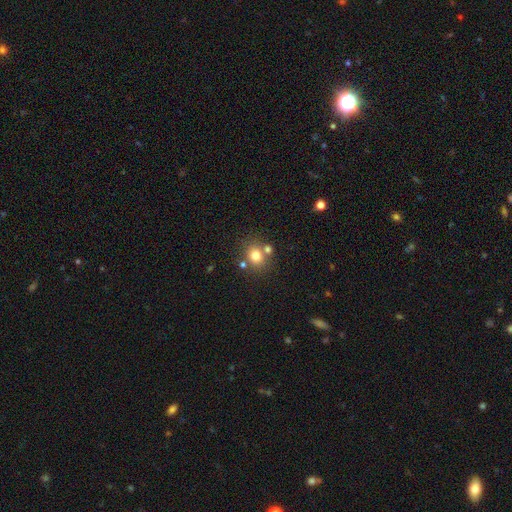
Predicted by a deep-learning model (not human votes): A smooth galaxy with no disk features (77%) that is round (70%).

Vote fractions:
- Smooth or featured? smooth: 77% / star or artifact: 13% / featured or disk: 10%
- How rounded? round: 70% / in between: 29% / cigar-shaped: 1%
- Merging? none: 66% / merger: 20% / minor disturbance: 10% / major disturbance: 4%